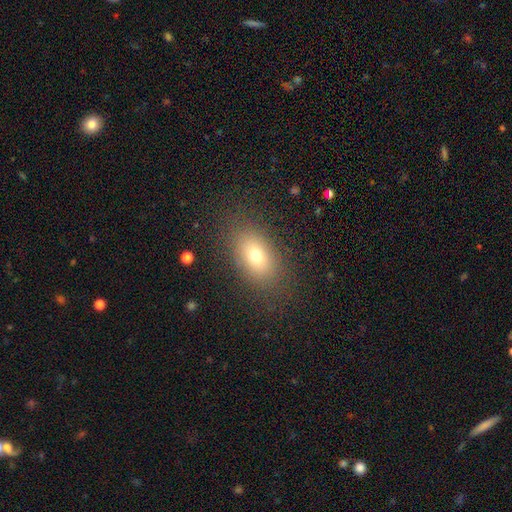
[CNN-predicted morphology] This is likely a smooth galaxy (73%). How rounded: clearly in between (84%). Merging: clearly none (84%).